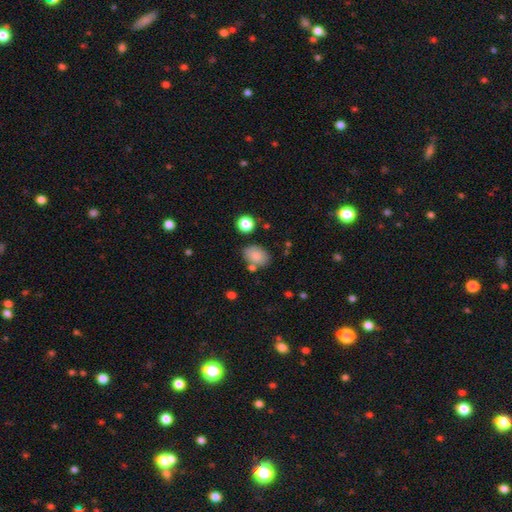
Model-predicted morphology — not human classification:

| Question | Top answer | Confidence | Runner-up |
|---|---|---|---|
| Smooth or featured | smooth | 84% | star or artifact (9%) |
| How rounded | in between | 74% | round (24%) |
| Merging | none | 70% | minor disturbance (16%) |